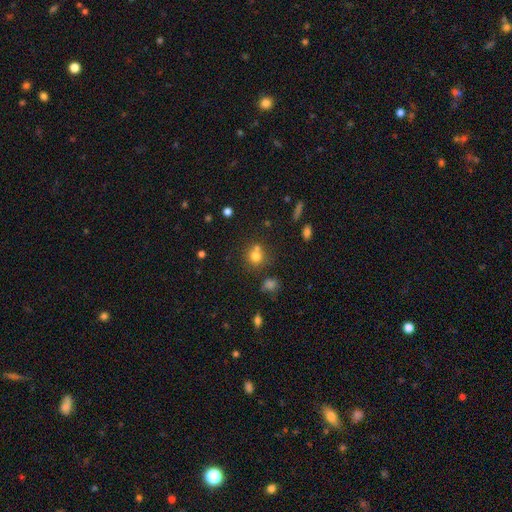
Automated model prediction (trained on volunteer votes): The model was most divided on "merging": none: 51%, merger: 35%, minor disturbance: 10%, major disturbance: 4%. More confident: how rounded — round (83%); smooth or featured — smooth (75%).